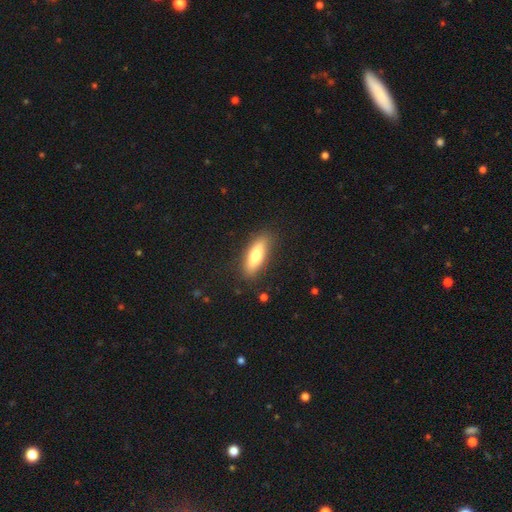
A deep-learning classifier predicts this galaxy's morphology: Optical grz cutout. It shows a smooth galaxy with no disk features (73%) that is in between round and cigar-shaped (53%). Merging: none (85%).